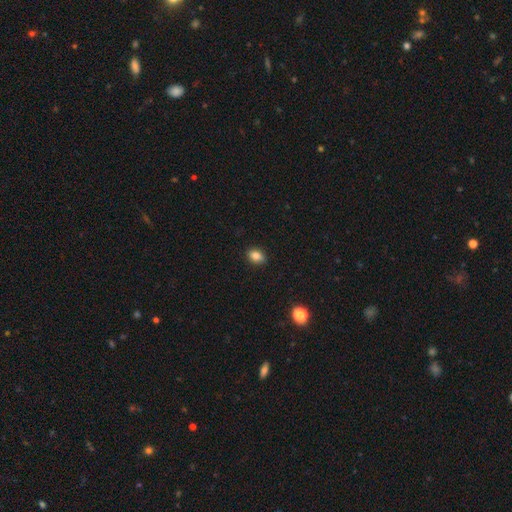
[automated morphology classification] The model was most divided on "how rounded": in between: 75%, round: 23%, cigar-shaped: 2%. More confident: smooth or featured — smooth (86%); merging — none (86%).